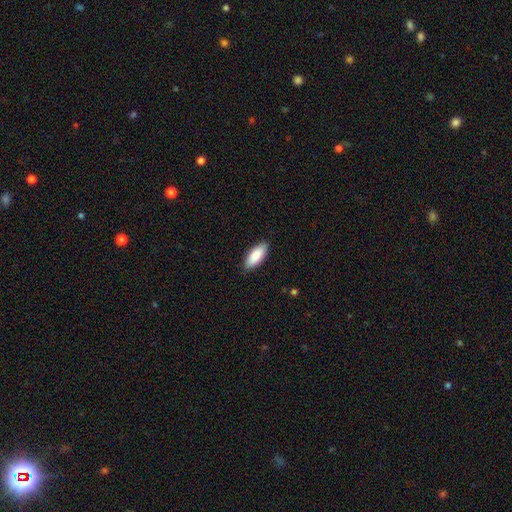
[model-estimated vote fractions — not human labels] A smooth galaxy with no disk features (87%) that is in between round and cigar-shaped (83%). Merging: none (87%).